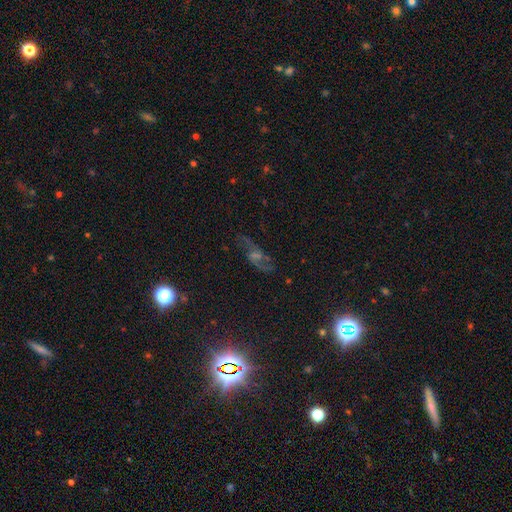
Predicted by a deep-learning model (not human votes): Smooth or featured? Predicted: featured or disk (p=0.59). Edge-on disk? Predicted: no (p=0.88). Bar? Predicted: no (p=0.49). Spiral arms? Predicted: yes (p=0.85). Bulge size? Predicted: small (p=0.38). Merging? Predicted: none (p=0.66).